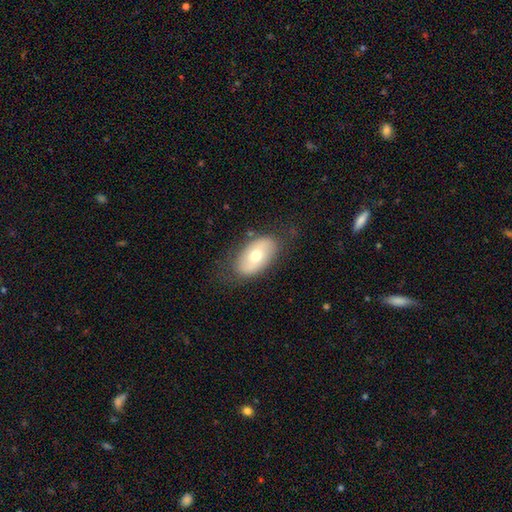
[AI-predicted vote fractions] smooth_or_featured: smooth (p=0.54) [alt: featured or disk p=0.39]
how_rounded: in between (p=0.92) [alt: round p=0.06]
merging: none (p=0.75) [alt: minor disturbance p=0.17]